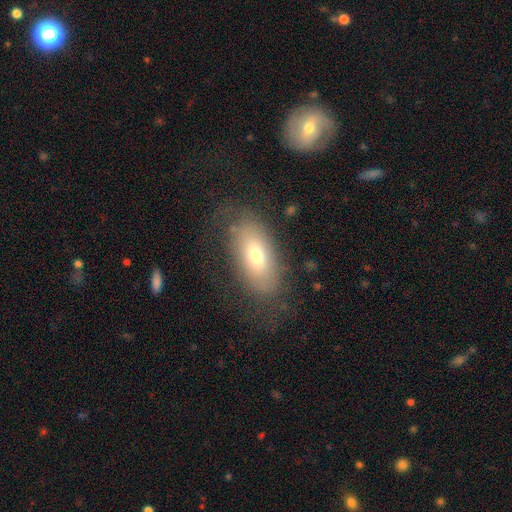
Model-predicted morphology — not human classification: Smooth or featured: smooth — 63% (featured or disk — 28%)
How rounded: in between — 89% (cigar-shaped — 7%)
Merging: none — 69% (minor disturbance — 18%)